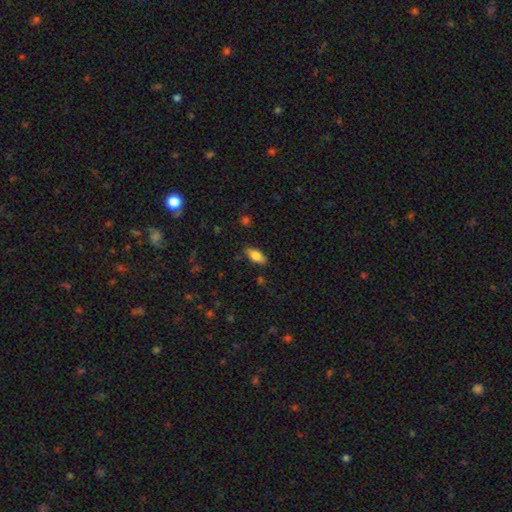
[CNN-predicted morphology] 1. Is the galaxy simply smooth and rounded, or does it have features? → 76% smooth, 17% featured or disk, 7% star or artifact.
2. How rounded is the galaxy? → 85% in between, 12% cigar-shaped, 3% round.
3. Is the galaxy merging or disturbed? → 85% none, 11% minor disturbance, 2% major disturbance, 1% merger.